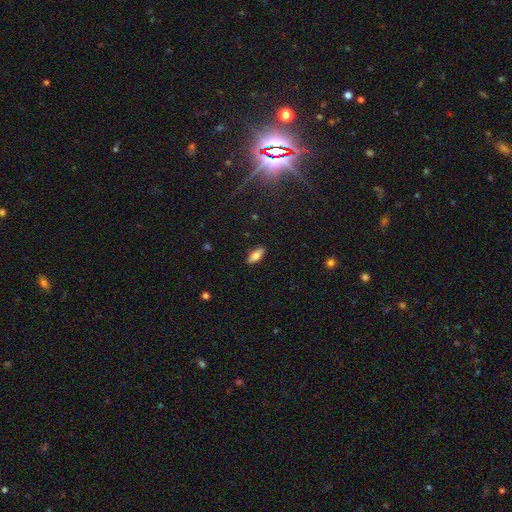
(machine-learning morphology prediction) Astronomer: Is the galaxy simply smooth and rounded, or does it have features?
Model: smooth — 77%.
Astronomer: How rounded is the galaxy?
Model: in between — 82%.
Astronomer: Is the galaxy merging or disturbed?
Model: none — 89%.